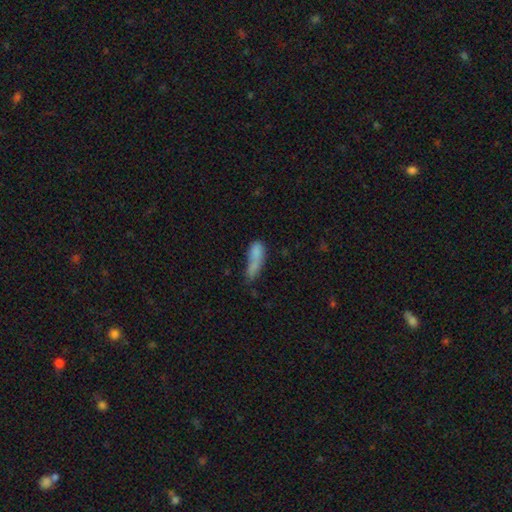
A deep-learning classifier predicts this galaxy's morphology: Smooth or featured: smooth — 75% (featured or disk — 15%)
How rounded: in between — 50% (cigar-shaped — 46%)
Merging: none — 33% (minor disturbance — 27%)